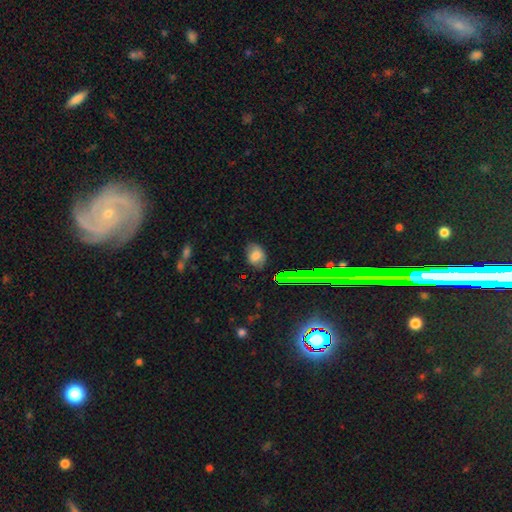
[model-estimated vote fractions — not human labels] This appears to be a smooth galaxy with no disk features (71%) that is in between round and cigar-shaped (69%). Merging: none (72%).